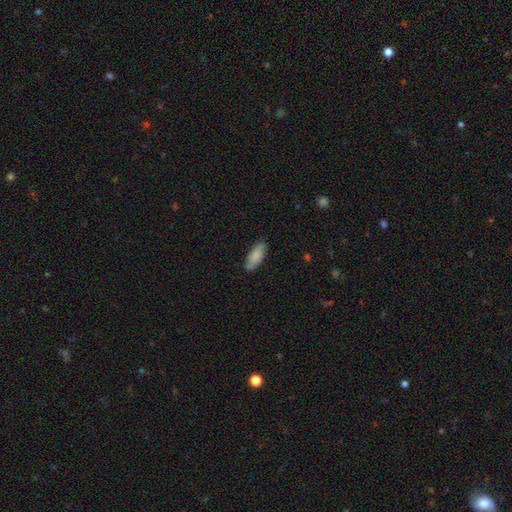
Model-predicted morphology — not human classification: Smooth or featured: smooth — 83% (featured or disk — 12%)
How rounded: in between — 81% (cigar-shaped — 18%)
Merging: none — 82% (minor disturbance — 15%)